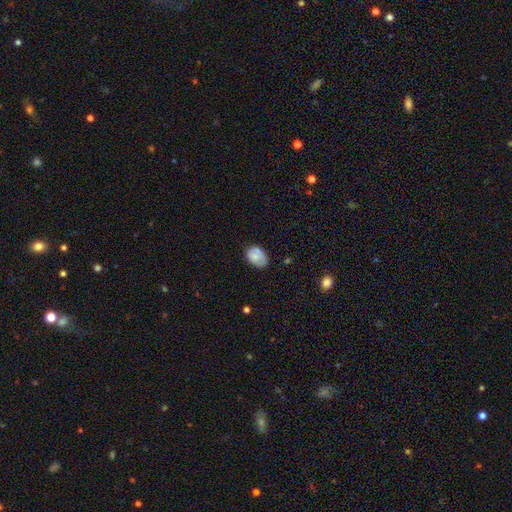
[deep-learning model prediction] The model was most divided on "merging": none: 62%, minor disturbance: 27%, major disturbance: 6%, merger: 4%. More confident: how rounded — in between (82%); smooth or featured — smooth (75%).